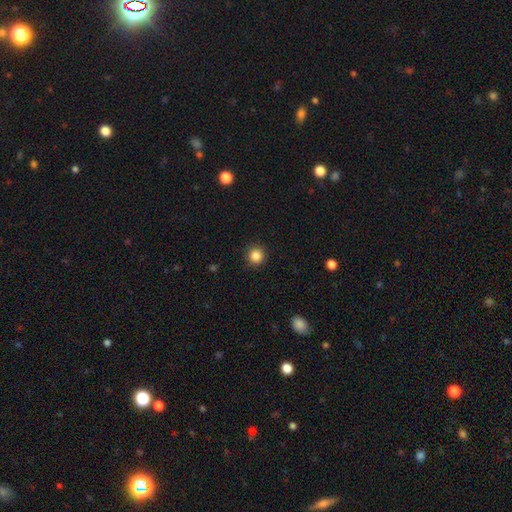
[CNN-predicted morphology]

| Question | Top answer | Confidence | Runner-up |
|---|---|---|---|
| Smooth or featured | smooth | 85% | star or artifact (11%) |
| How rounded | round | 94% | in between (5%) |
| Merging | none | 91% | minor disturbance (6%) |